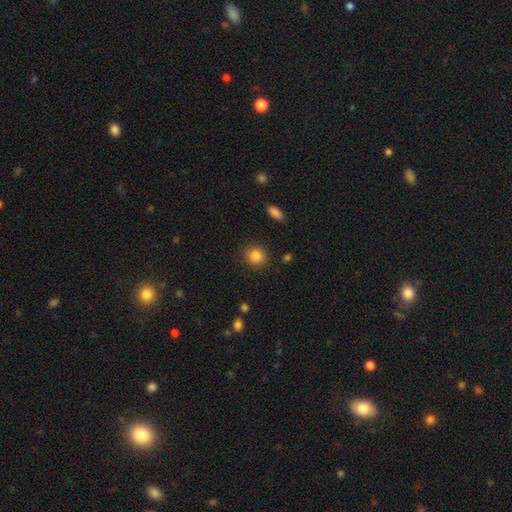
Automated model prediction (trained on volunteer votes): smooth_or_featured: smooth (p=0.85) [alt: star or artifact p=0.10]
how_rounded: round (p=0.87) [alt: in between p=0.12]
merging: none (p=0.89) [alt: minor disturbance p=0.07]